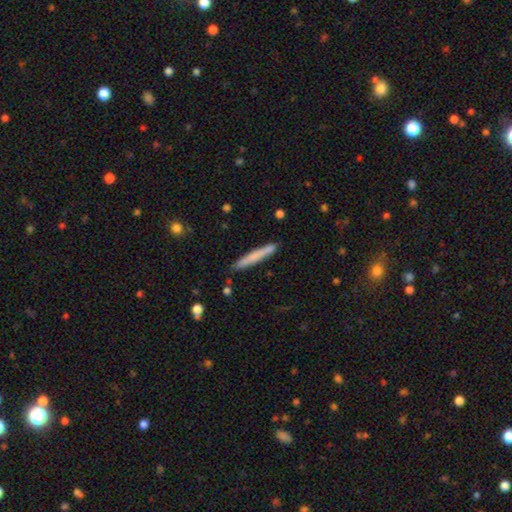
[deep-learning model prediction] A smooth galaxy with no disk features (69%) that is cigar-shaped (96%).

Vote fractions:
- Smooth or featured? smooth: 69% / featured or disk: 25% / star or artifact: 6%
- How rounded? cigar-shaped: 96% / in between: 3% / round: 1%
- Merging? none: 87% / minor disturbance: 9% / merger: 2% / major disturbance: 2%